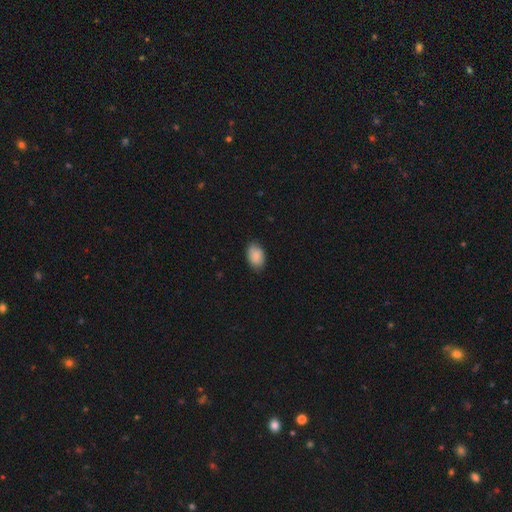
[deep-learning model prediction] Smooth or featured? smooth (88%)
How rounded? in between (87%)
Merging? none (82%)